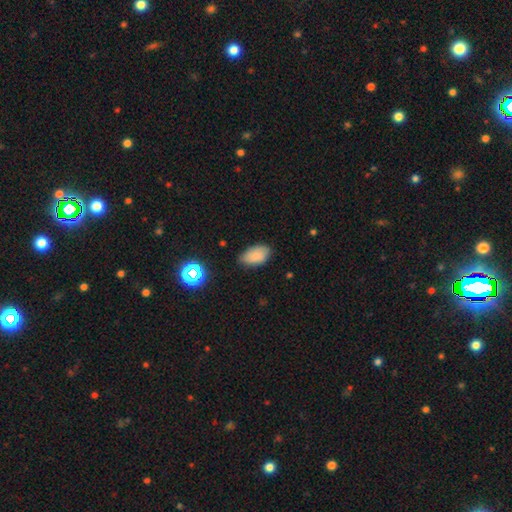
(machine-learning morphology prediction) This appears to be a smooth galaxy with no disk features (83%) that is in between round and cigar-shaped (92%). Merging: none (73%).